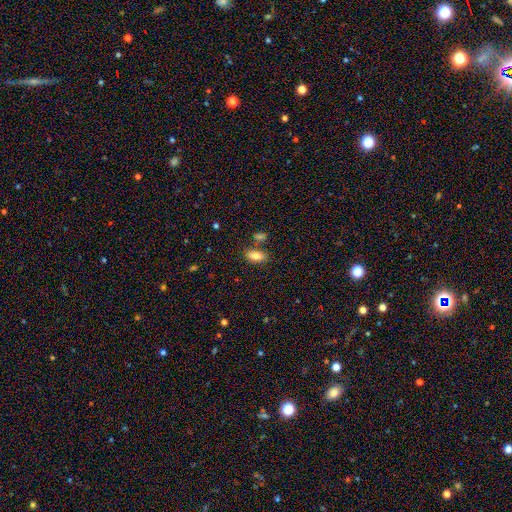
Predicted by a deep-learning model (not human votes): Q: Smooth or featured?
A: smooth (83%); runner-up: star or artifact (9%)
Q: How rounded?
A: in between (88%); runner-up: cigar-shaped (8%)
Q: Merging?
A: none (75%); runner-up: minor disturbance (11%)